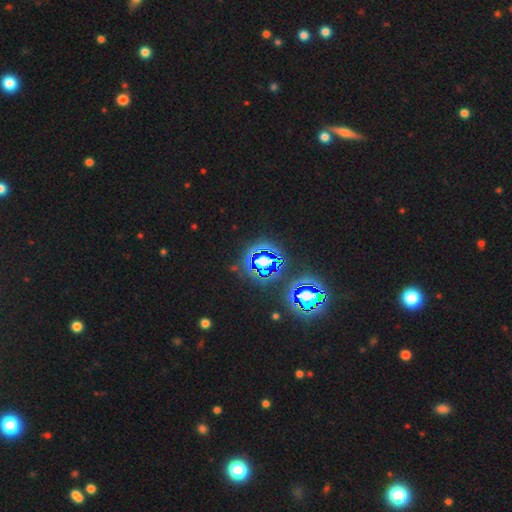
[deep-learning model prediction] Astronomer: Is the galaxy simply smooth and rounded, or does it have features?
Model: star or artifact — 74%.